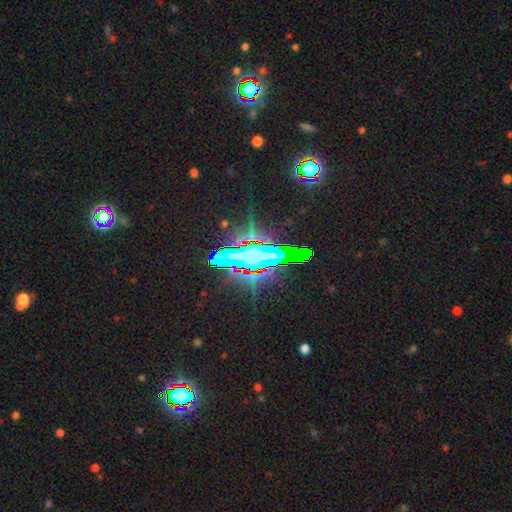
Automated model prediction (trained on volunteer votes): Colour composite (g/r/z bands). It shows a star or artifact, not a galaxy (71%).